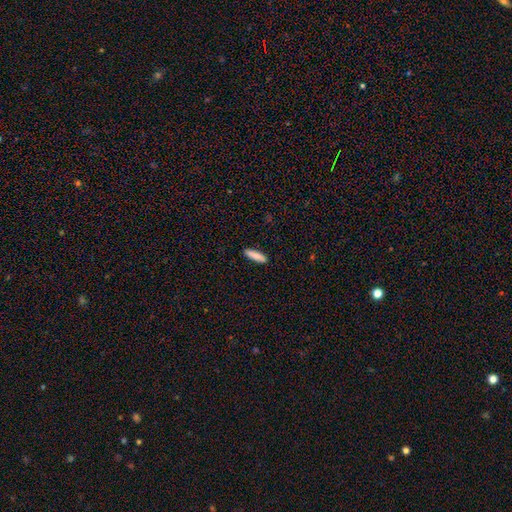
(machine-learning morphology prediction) The model was most divided on "how rounded": cigar-shaped: 69%, in between: 30%, round: 2%. More confident: merging — none (90%); smooth or featured — smooth (87%).